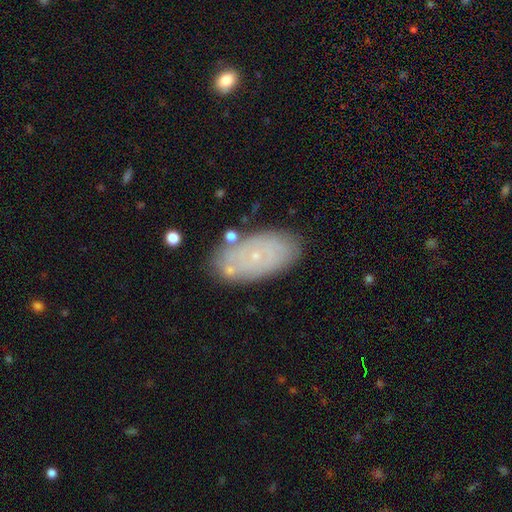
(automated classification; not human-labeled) A featured or disk galaxy (55%) with no bar (86%), spiral arms (60%) and a small central bulge (86%). Merging: none (79%).